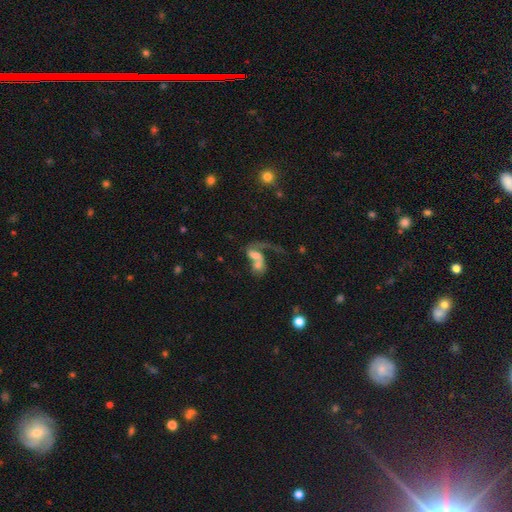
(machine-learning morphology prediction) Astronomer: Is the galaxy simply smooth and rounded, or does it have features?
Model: featured or disk — 49% (runner-up: smooth, 39%).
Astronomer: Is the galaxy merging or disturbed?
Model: merger — 71%.